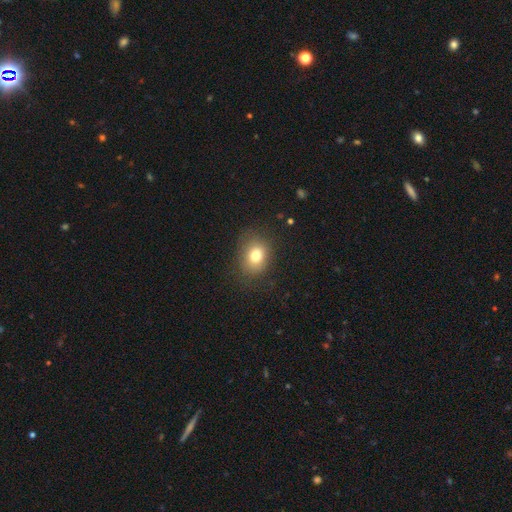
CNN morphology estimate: Smooth or featured? Predicted: smooth (p=0.77). How rounded? Predicted: in between (p=0.51). Merging? Predicted: none (p=0.81).